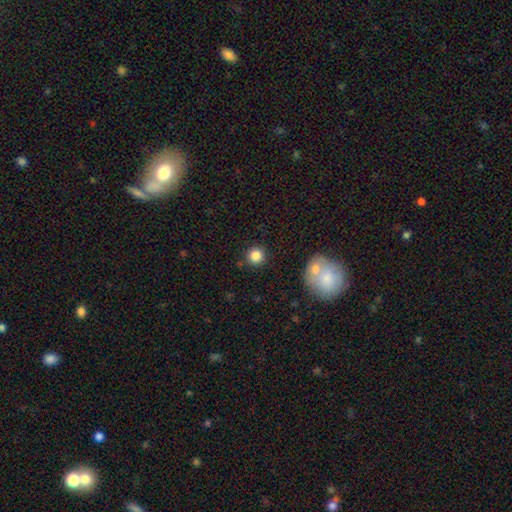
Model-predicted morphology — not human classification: Q: Smooth or featured?
A: smooth (85%); runner-up: star or artifact (10%)
Q: How rounded?
A: round (93%); runner-up: in between (6%)
Q: Merging?
A: none (88%); runner-up: minor disturbance (7%)